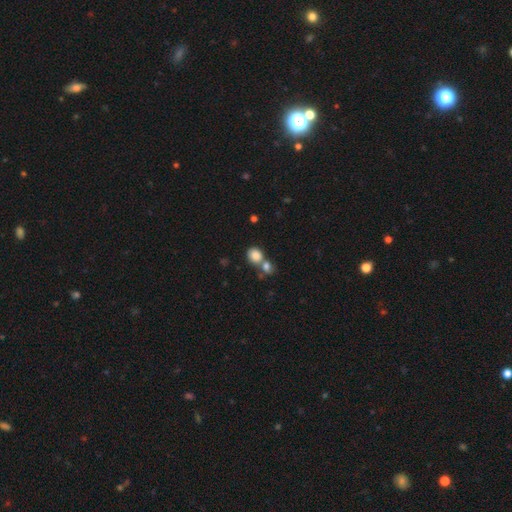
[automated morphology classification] smooth 84%, star or artifact 9%, featured or disk 7%. Down the decision tree: how rounded — round (68%); merging — merger (46%).